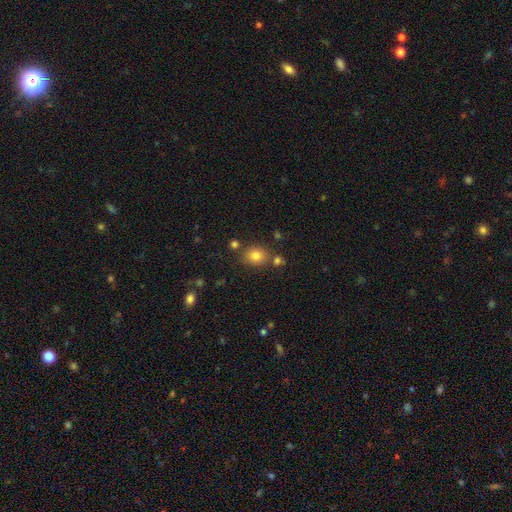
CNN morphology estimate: The model was most divided on "how rounded": round: 62%, in between: 37%, cigar-shaped: 1%. More confident: smooth or featured — smooth (80%); merging — none (75%).